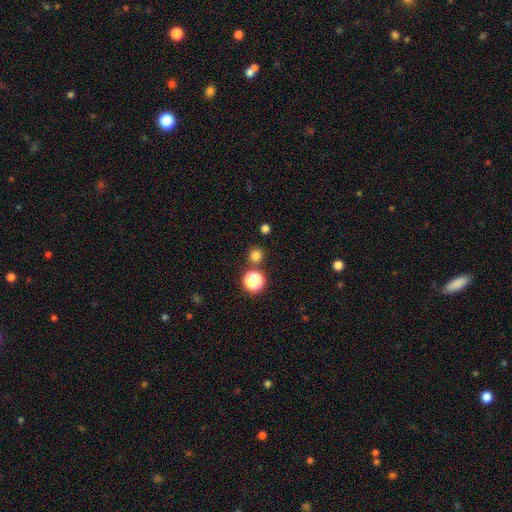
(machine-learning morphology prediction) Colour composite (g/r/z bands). It shows a smooth galaxy with no disk features (77%) that is round (93%). Merging: none (85%).